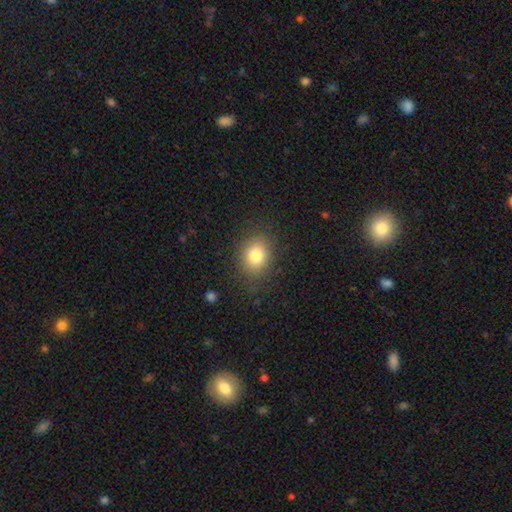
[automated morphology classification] A smooth galaxy with no disk features (81%) that is round (53%). Merging: none (83%).